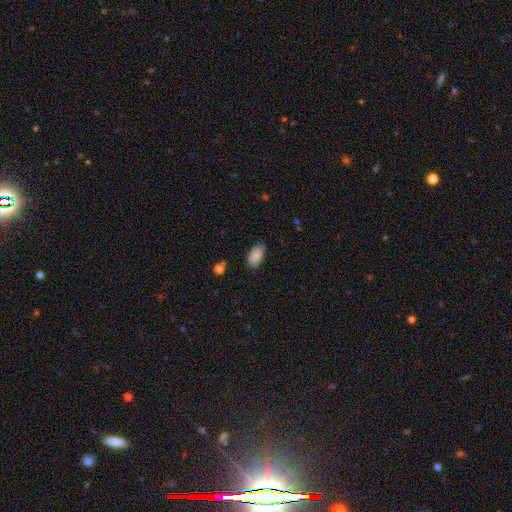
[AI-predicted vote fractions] A smooth galaxy with no disk features (88%) that is in between round and cigar-shaped (93%). Merging: none (75%).